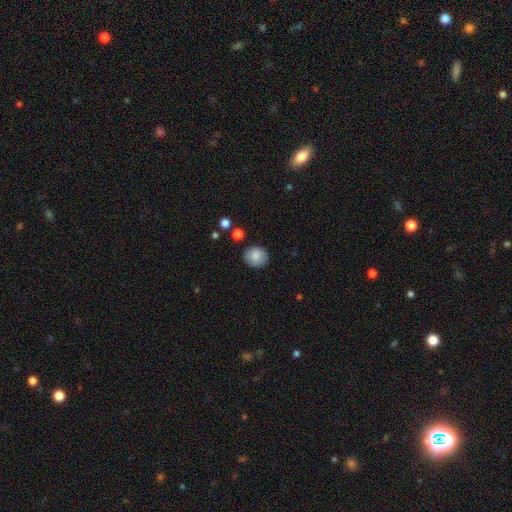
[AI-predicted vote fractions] Overall: smooth (84%). How rounded: round (78%). Merging: none (86%).